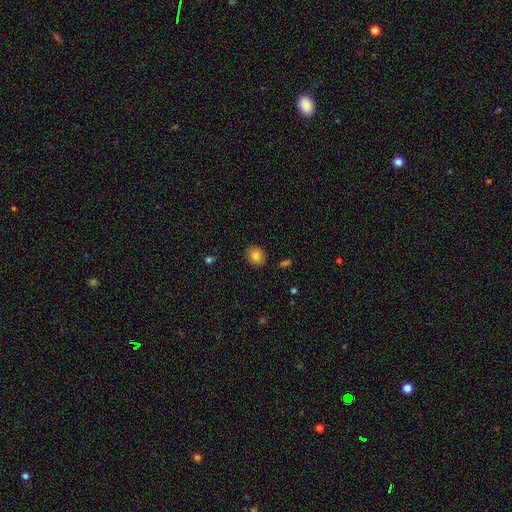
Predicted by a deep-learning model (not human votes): smooth-or-featured: smooth: 83% | star or artifact: 9% | featured or disk: 8%
  how-rounded: round: 53% | in between: 46% | cigar-shaped: 1%
  merging: none: 88% | minor disturbance: 9% | major disturbance: 2% | merger: 1%